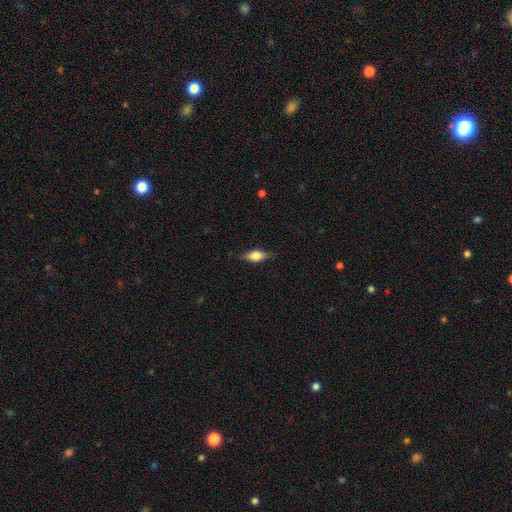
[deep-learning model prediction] Smooth or featured? smooth (61%)
How rounded? in between (76%)
Merging? none (80%)